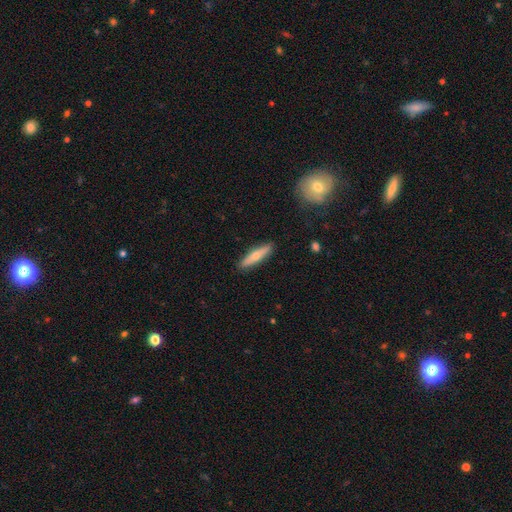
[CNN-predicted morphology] Smooth or featured?
  - smooth: 55% *
  - featured or disk: 39%
  - star or artifact: 6%
How rounded?
  - cigar-shaped: 80% *
  - in between: 18%
  - round: 2%
Merging?
  - none: 89% *
  - minor disturbance: 8%
  - major disturbance: 2%
  - merger: 1%